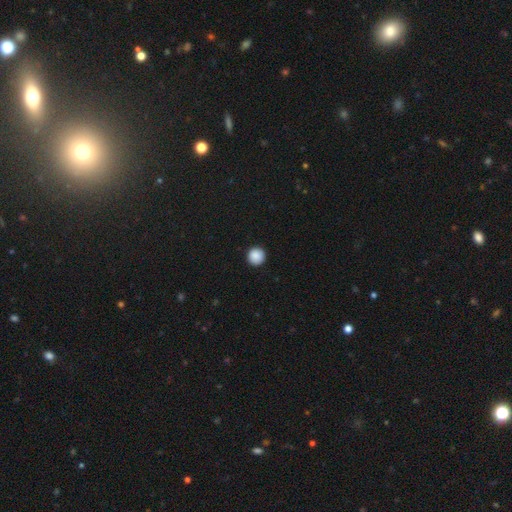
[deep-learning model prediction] Overall: smooth (89%). How rounded: round (96%). Merging: none (93%).